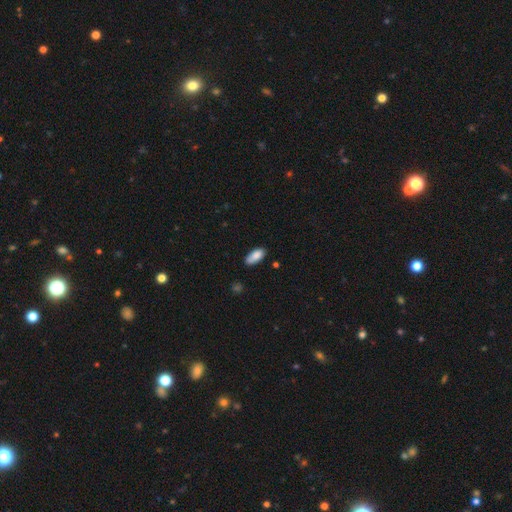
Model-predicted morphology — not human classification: Smooth or featured? smooth (86%)
How rounded? in between (89%)
Merging? none (74%)